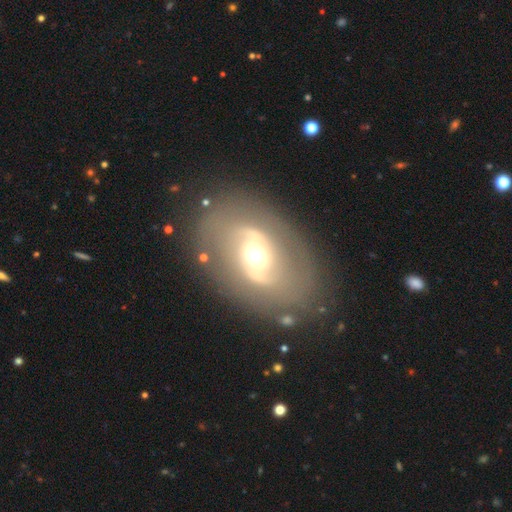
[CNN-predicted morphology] Smooth or featured? Predicted: featured or disk (p=0.74). Edge-on disk? Predicted: no (p=0.95). Bar? Predicted: weak (p=0.38). Spiral arms? Predicted: yes (p=0.64). Bulge size? Predicted: moderate (p=0.63). Merging? Predicted: none (p=0.78).